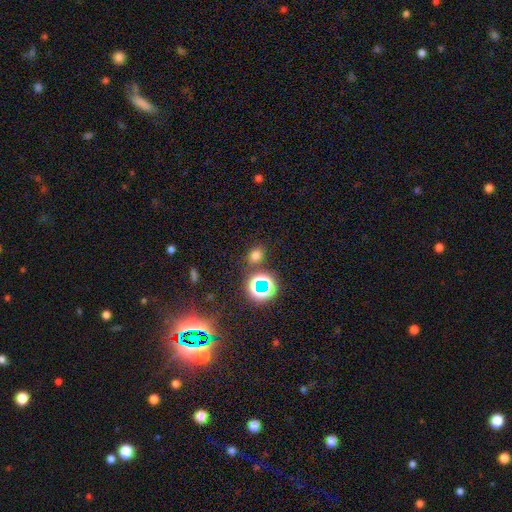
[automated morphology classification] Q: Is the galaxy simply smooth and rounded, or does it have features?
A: smooth — 69%.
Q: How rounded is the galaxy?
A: round — 63%.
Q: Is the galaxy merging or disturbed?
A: none — 80%.